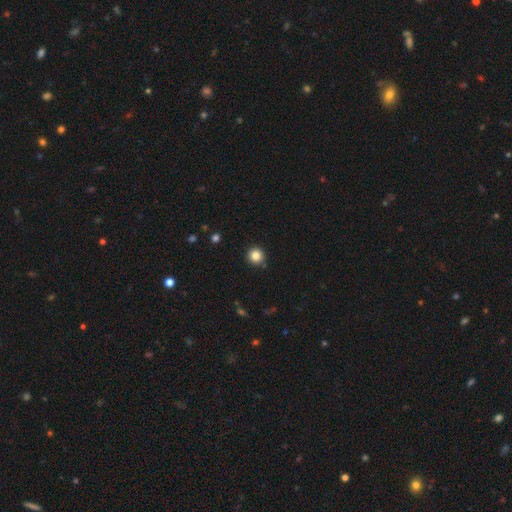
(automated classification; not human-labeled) smooth_or_featured: smooth (p=0.84) [alt: star or artifact p=0.11]
how_rounded: round (p=0.94) [alt: in between p=0.05]
merging: none (p=0.90) [alt: minor disturbance p=0.06]